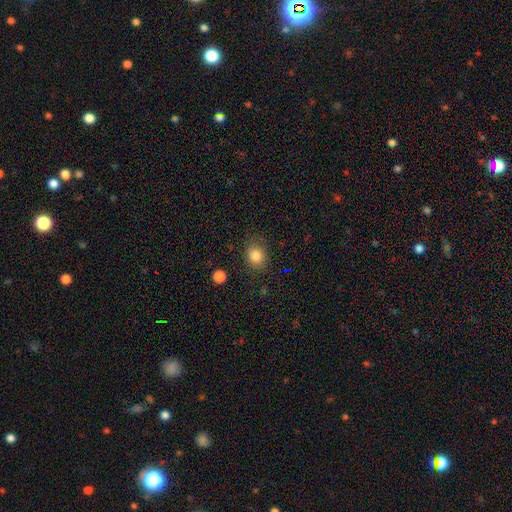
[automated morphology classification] This is clearly a smooth galaxy (84%). How rounded: likely round (64%). Merging: clearly none (81%).